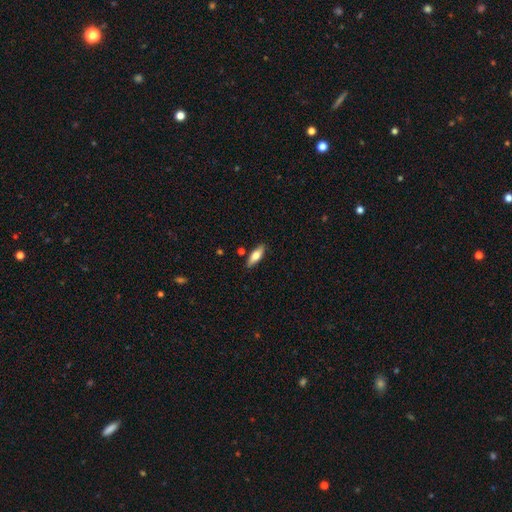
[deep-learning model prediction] The model was most divided on "how rounded": in between: 57%, cigar-shaped: 40%, round: 2%. More confident: merging — none (86%); smooth or featured — smooth (64%).